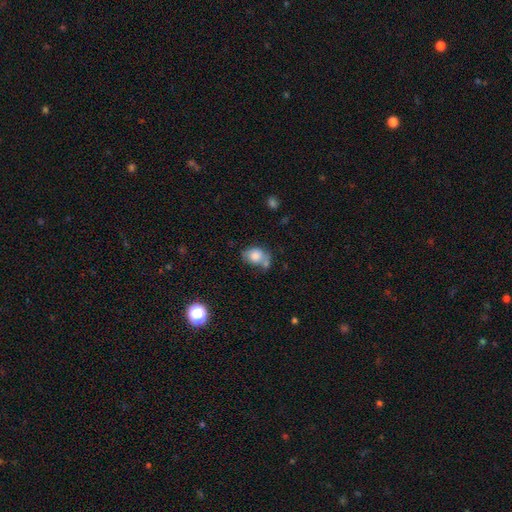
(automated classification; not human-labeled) A smooth galaxy with no disk features (76%) that is in between round and cigar-shaped (64%). Merging: none (39%).